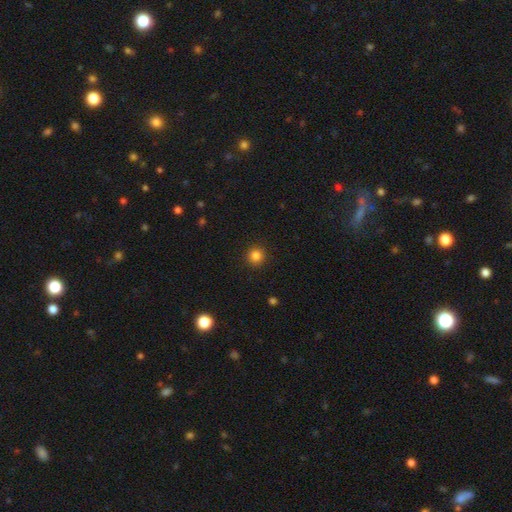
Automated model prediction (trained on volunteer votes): A smooth galaxy with no disk features (84%) that is round (94%). Merging: none (92%).